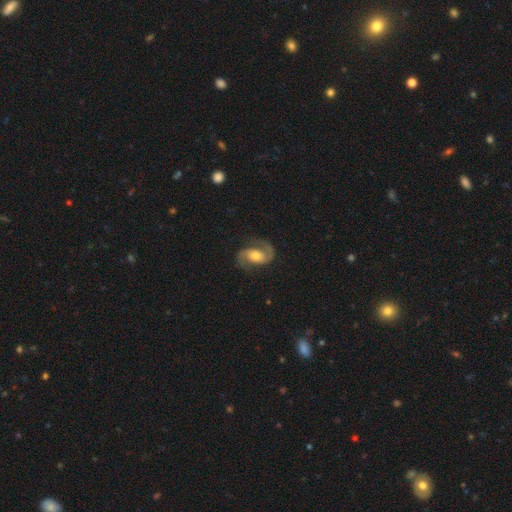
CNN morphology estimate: The model was most divided on "bar": no: 50%, weak: 36%, strong: 14%. More confident: edge-on disk — no (97%); spiral arms — yes (96%); spiral arm count — 2 (92%); smooth or featured — featured or disk (85%); merging — none (76%); bulge size — moderate (63%); spiral winding — medium (52%).